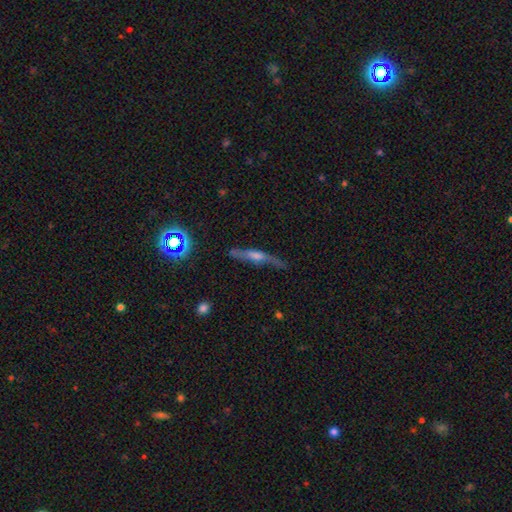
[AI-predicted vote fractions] featured or disk 69%, smooth 19%, star or artifact 12%. Down the decision tree: edge-on disk — yes (93%); edge-on bulge — rounded (85%); merging — none (81%).